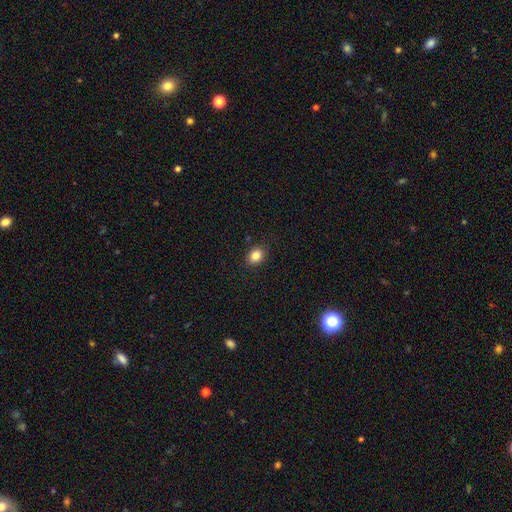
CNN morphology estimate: Q: Smooth or featured?
A: smooth (84%); runner-up: star or artifact (10%)
Q: How rounded?
A: in between (60%); runner-up: round (39%)
Q: Merging?
A: none (88%); runner-up: minor disturbance (9%)